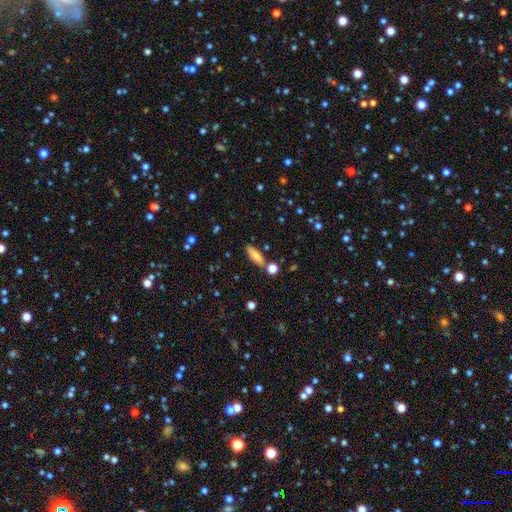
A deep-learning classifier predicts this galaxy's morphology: This is likely a smooth galaxy (76%). How rounded: possibly cigar-shaped (52%). Merging: likely none (78%).